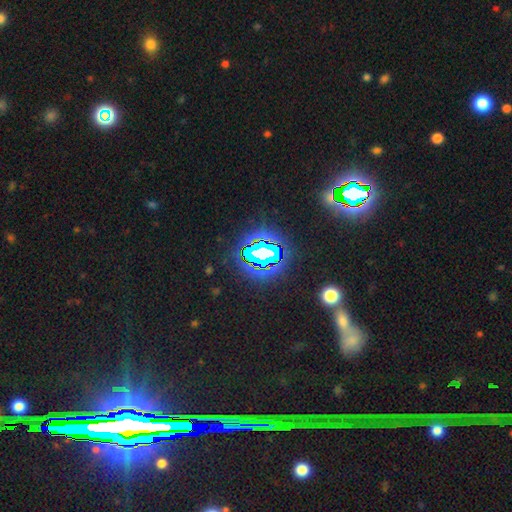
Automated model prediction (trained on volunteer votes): Morphology: type=star or artifact (78%).